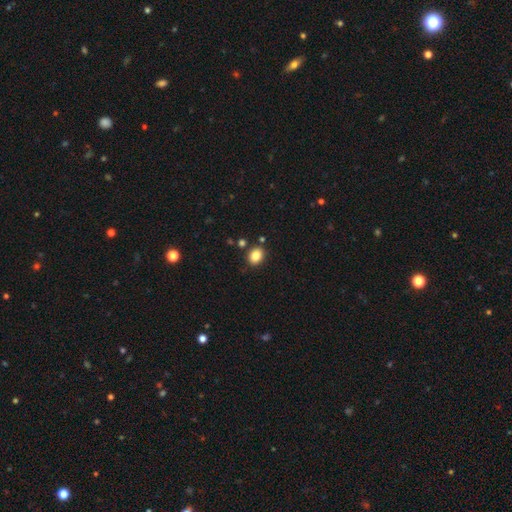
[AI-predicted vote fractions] Smooth or featured?
  - smooth: 85% *
  - star or artifact: 10%
  - featured or disk: 5%
How rounded?
  - in between: 53% *
  - round: 46%
  - cigar-shaped: 1%
Merging?
  - none: 83% *
  - minor disturbance: 10%
  - merger: 5%
  - major disturbance: 3%